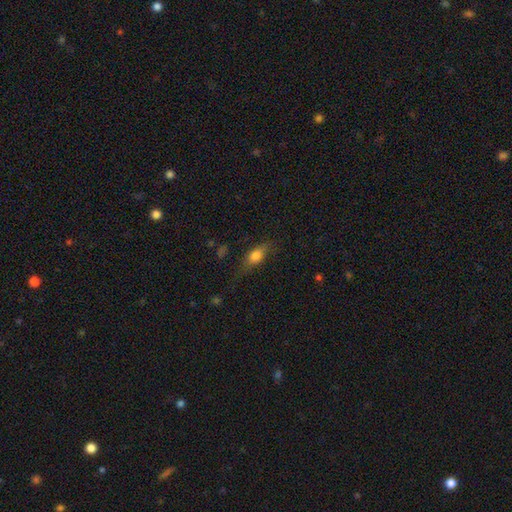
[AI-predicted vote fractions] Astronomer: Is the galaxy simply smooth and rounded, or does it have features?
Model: smooth — 71%.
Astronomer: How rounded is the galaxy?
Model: in between — 74%.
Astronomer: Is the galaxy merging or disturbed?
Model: none — 62%.